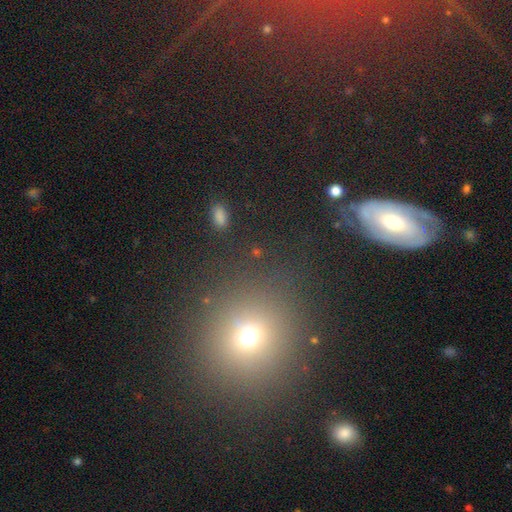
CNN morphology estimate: smooth-or-featured: smooth: 51% | star or artifact: 35% | featured or disk: 13%
  how-rounded: round: 81% | in between: 17% | cigar-shaped: 2%
  merging: none: 88% | minor disturbance: 7% | major disturbance: 3% | merger: 2%